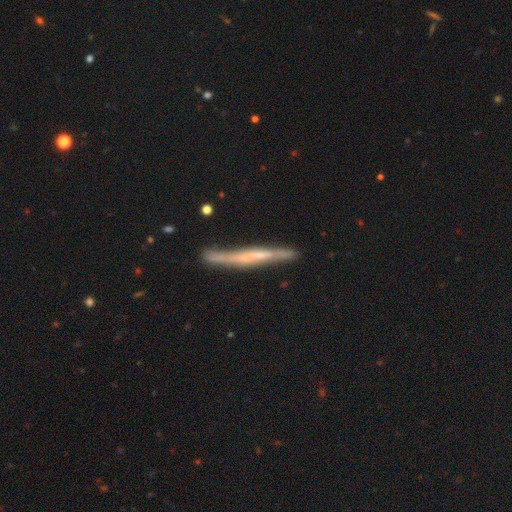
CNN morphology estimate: Smooth or featured? Predicted: featured or disk (p=0.62). Edge-on disk? Predicted: yes (p=0.91). Edge-on bulge? Predicted: none (p=0.72). Merging? Predicted: none (p=0.76).